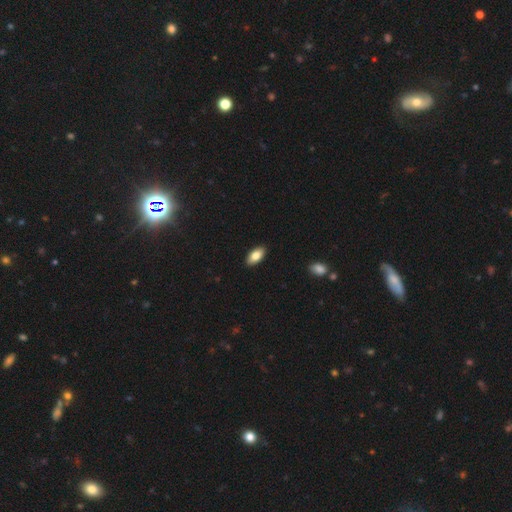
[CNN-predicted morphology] smooth_or_featured: smooth (p=0.84) [alt: featured or disk p=0.10]
how_rounded: in between (p=0.92) [alt: cigar-shaped p=0.05]
merging: none (p=0.90) [alt: minor disturbance p=0.07]